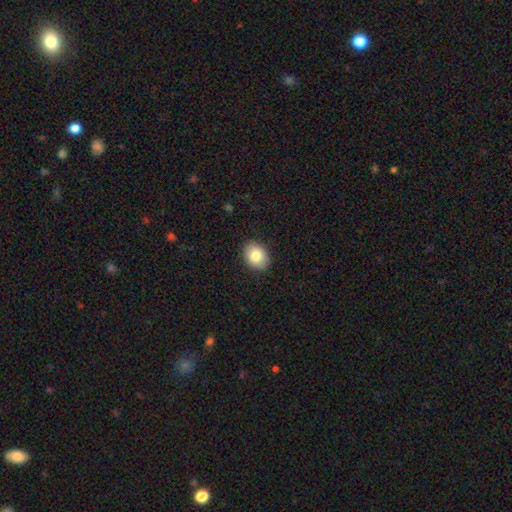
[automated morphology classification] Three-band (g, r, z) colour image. It shows a smooth galaxy with no disk features (82%) that is in between round and cigar-shaped (66%). Merging: none (89%).